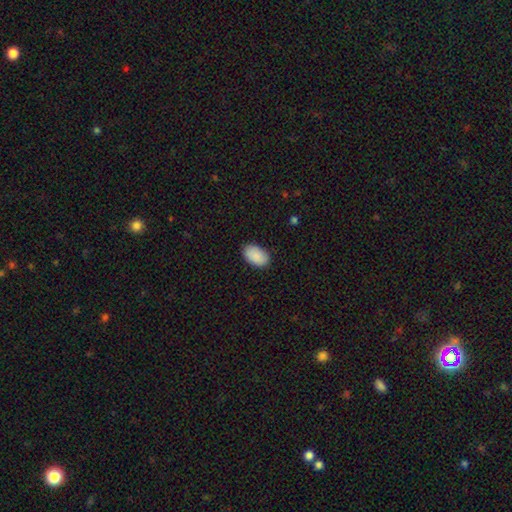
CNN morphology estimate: smooth-or-featured: smooth: 90% | star or artifact: 6% | featured or disk: 4%
  how-rounded: in between: 92% | round: 6% | cigar-shaped: 1%
  merging: none: 86% | minor disturbance: 11% | major disturbance: 2% | merger: 1%